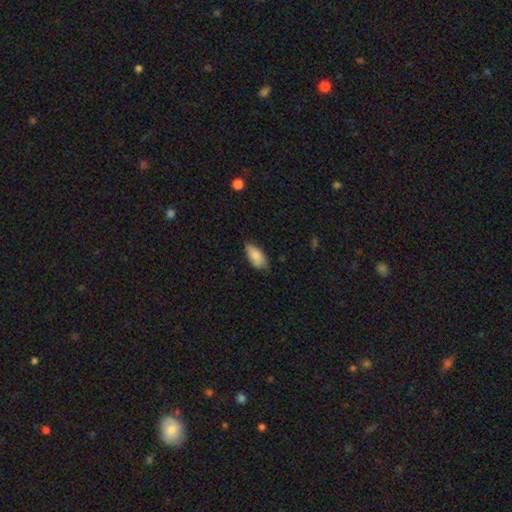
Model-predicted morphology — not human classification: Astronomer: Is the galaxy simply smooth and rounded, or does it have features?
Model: smooth — 85%.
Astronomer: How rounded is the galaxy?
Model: in between — 91%.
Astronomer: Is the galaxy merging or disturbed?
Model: none — 64%.